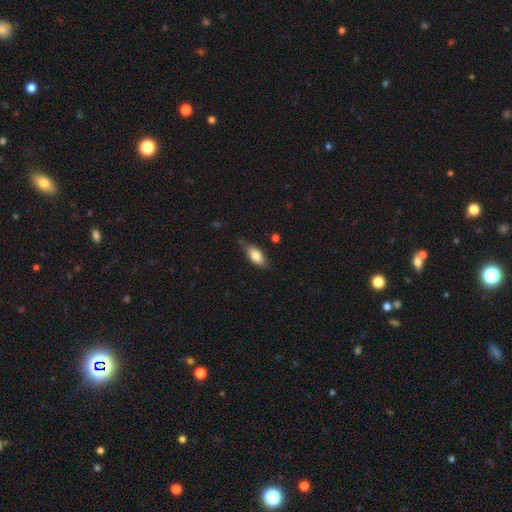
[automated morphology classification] Smooth or featured?
  - smooth: 78% *
  - featured or disk: 16%
  - star or artifact: 7%
How rounded?
  - in between: 83% *
  - cigar-shaped: 13%
  - round: 3%
Merging?
  - none: 70% *
  - minor disturbance: 24%
  - major disturbance: 4%
  - merger: 2%